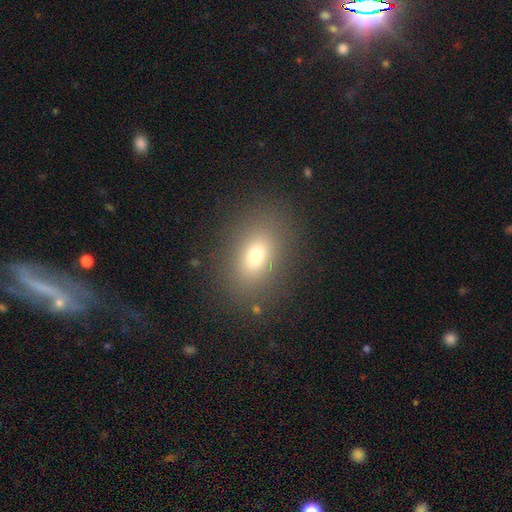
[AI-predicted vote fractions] The model was most divided on "how rounded": in between: 75%, round: 22%, cigar-shaped: 2%. More confident: merging — none (85%); smooth or featured — smooth (72%).